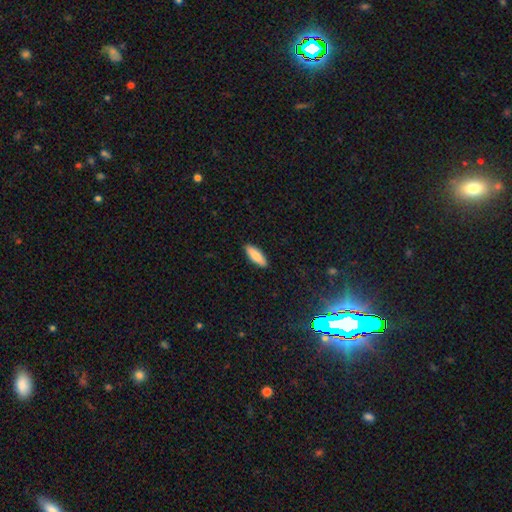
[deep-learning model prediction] Morphology: type=smooth (82%); roundness=in between (60%); merging=none (90%).